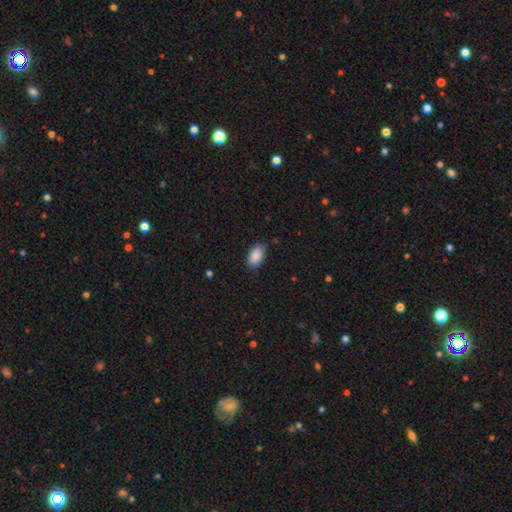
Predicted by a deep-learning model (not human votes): smooth 89%, star or artifact 7%, featured or disk 4%. Down the decision tree: how rounded — in between (92%); merging — none (76%).